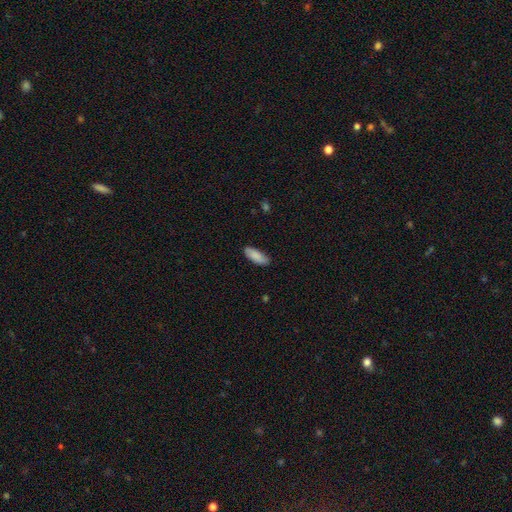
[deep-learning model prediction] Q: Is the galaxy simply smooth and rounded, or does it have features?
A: smooth — 88%.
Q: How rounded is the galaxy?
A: in between — 77%.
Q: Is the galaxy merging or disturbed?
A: none — 82%.